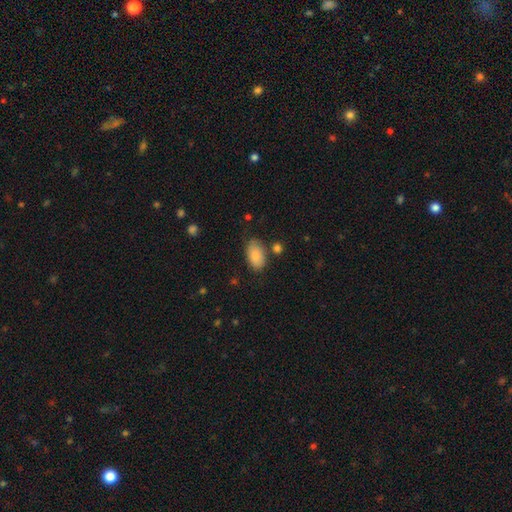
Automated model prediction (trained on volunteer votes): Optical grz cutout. It shows a smooth galaxy with no disk features (87%) that is in between round and cigar-shaped (94%). Merging: none (74%).